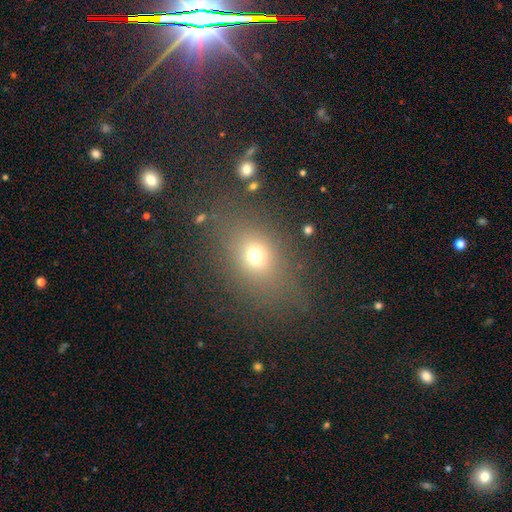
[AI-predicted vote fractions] A smooth galaxy with no disk features (67%) that is in between round and cigar-shaped (57%).

Vote fractions:
- Smooth or featured? smooth: 67% / star or artifact: 20% / featured or disk: 14%
- How rounded? in between: 57% / round: 38% / cigar-shaped: 5%
- Merging? none: 74% / minor disturbance: 13% / major disturbance: 9% / merger: 4%